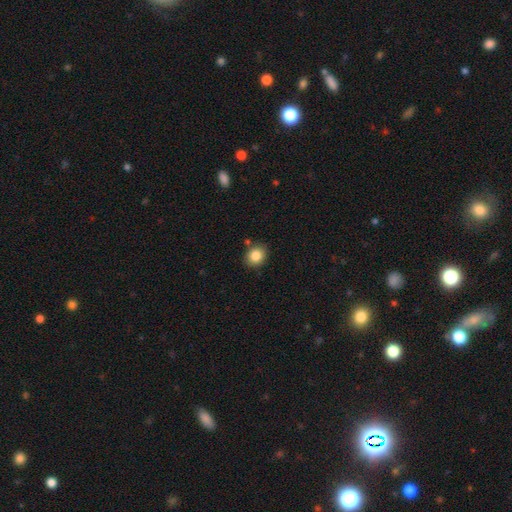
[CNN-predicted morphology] A smooth galaxy with no disk features (85%) that is round (69%). Merging: none (83%).